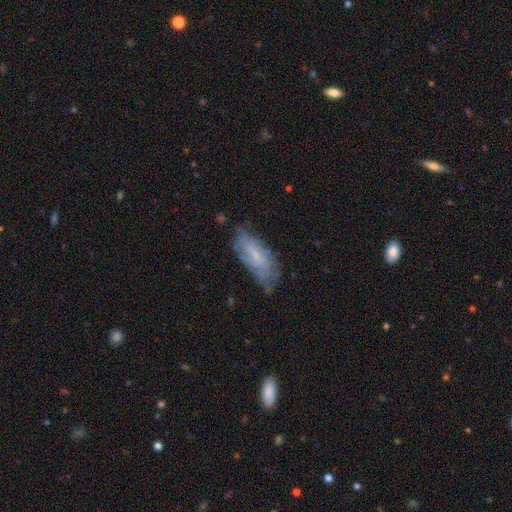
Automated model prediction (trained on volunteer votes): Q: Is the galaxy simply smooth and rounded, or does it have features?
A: smooth — 47%.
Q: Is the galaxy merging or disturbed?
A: none — 55%.